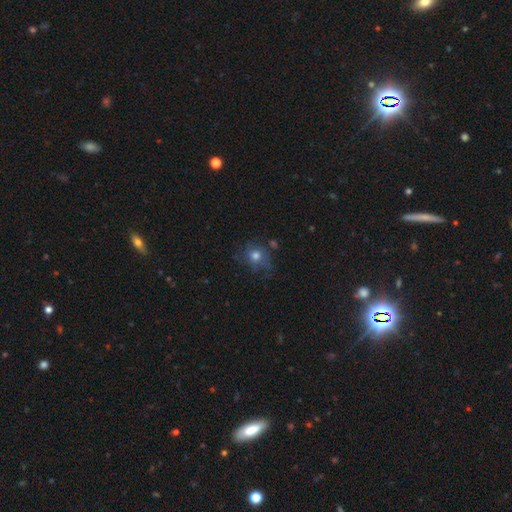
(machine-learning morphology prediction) type=smooth (65%); roundness=round (72%); merging=none (59%).